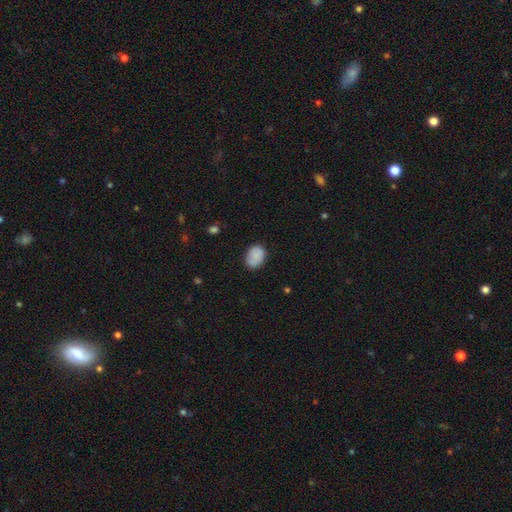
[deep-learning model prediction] smooth-or-featured: smooth: 78% | featured or disk: 14% | star or artifact: 8%
  how-rounded: in between: 66% | round: 33% | cigar-shaped: 1%
  merging: none: 70% | minor disturbance: 23% | major disturbance: 5% | merger: 2%